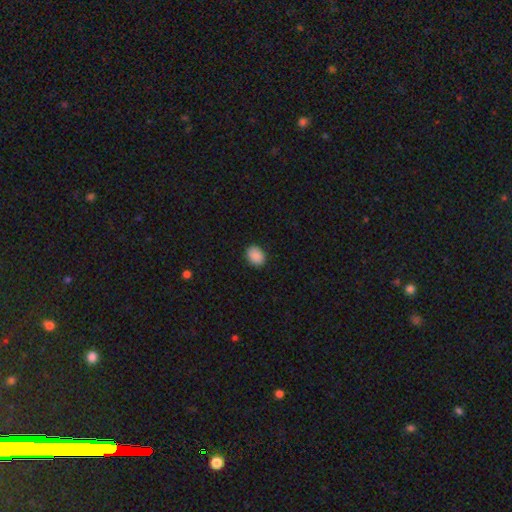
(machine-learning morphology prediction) smooth-or-featured: smooth: 90% | star or artifact: 8% | featured or disk: 2%
  how-rounded: in between: 63% | round: 36% | cigar-shaped: 1%
  merging: none: 89% | minor disturbance: 8% | major disturbance: 2% | merger: 1%